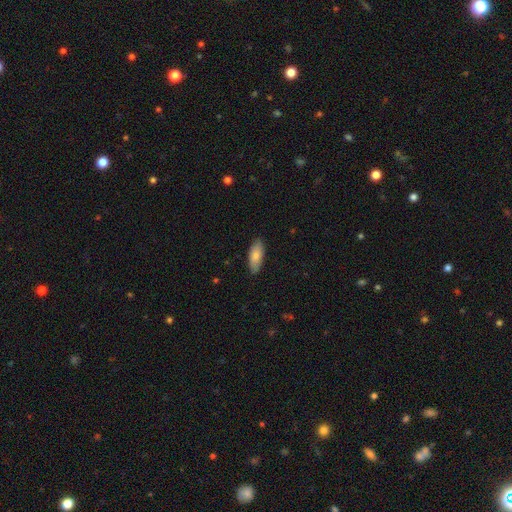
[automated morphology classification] Overall: smooth (82%). How rounded: in between (78%). Merging: none (87%).